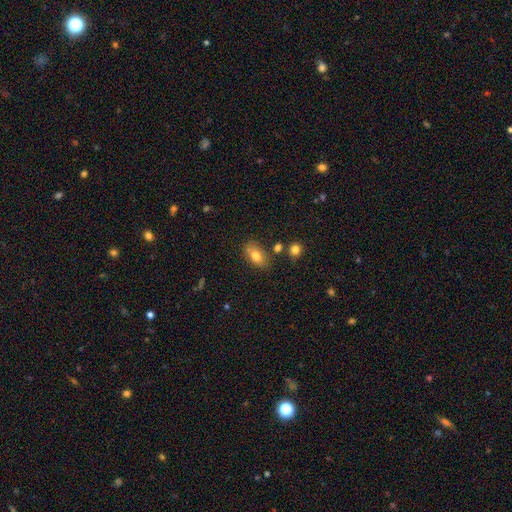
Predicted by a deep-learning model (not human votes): smooth 76%, featured or disk 15%, star or artifact 9%. Down the decision tree: how rounded — in between (87%); merging — none (72%).